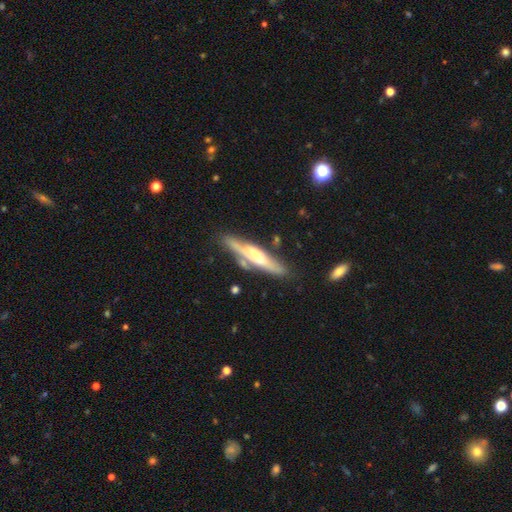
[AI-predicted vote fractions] A featured or disk galaxy (56%) viewed edge-on (78%).

Vote fractions:
- Smooth or featured? featured or disk: 56% / smooth: 38% / star or artifact: 6%
- Edge-on disk? yes: 78% / no: 22%
- Merging? none: 66% / minor disturbance: 19% / merger: 9% / major disturbance: 6%